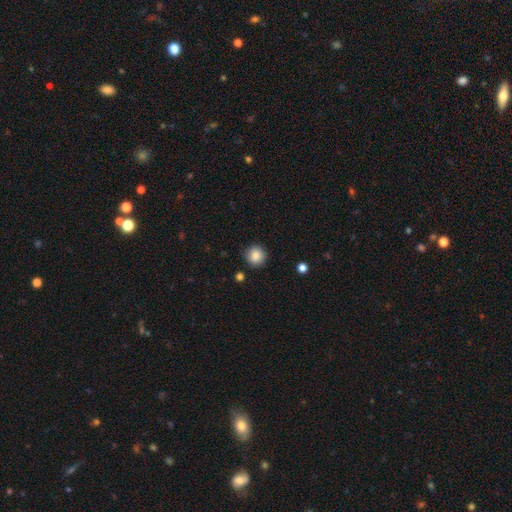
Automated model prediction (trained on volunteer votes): Q: Smooth or featured?
A: smooth (86%); runner-up: star or artifact (9%)
Q: How rounded?
A: round (93%); runner-up: in between (6%)
Q: Merging?
A: none (88%); runner-up: minor disturbance (8%)